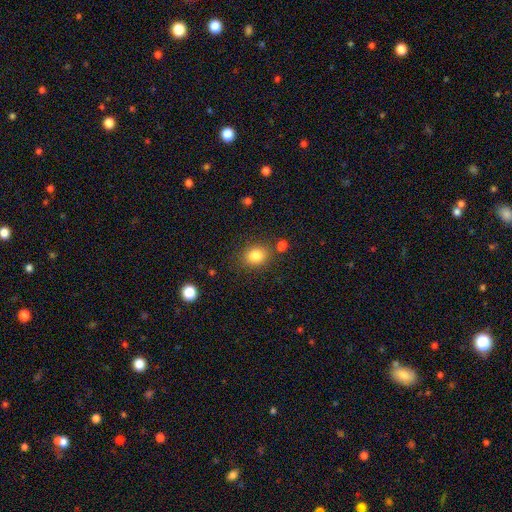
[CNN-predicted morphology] Smooth or featured?
  - smooth: 83% *
  - star or artifact: 11%
  - featured or disk: 7%
How rounded?
  - round: 56% *
  - in between: 43%
  - cigar-shaped: 1%
Merging?
  - none: 77% *
  - minor disturbance: 12%
  - merger: 7%
  - major disturbance: 4%